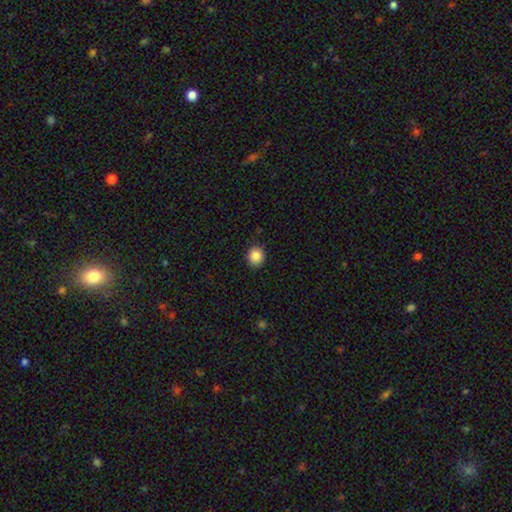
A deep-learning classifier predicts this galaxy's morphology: Q: Smooth or featured?
A: smooth (86%); runner-up: star or artifact (9%)
Q: How rounded?
A: round (81%); runner-up: in between (18%)
Q: Merging?
A: none (90%); runner-up: minor disturbance (8%)